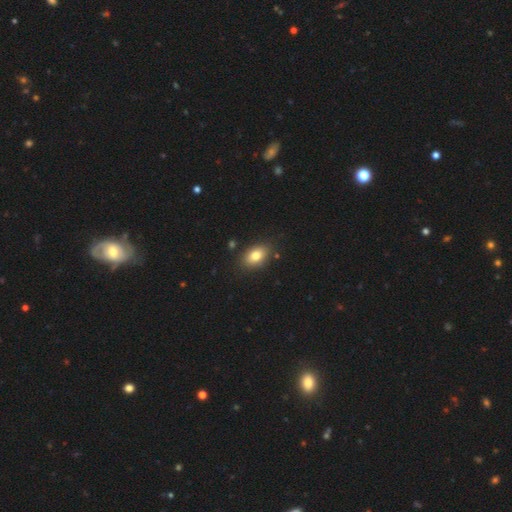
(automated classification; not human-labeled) Smooth or featured: smooth — 80% (featured or disk — 11%)
How rounded: in between — 86% (round — 12%)
Merging: none — 86% (minor disturbance — 10%)